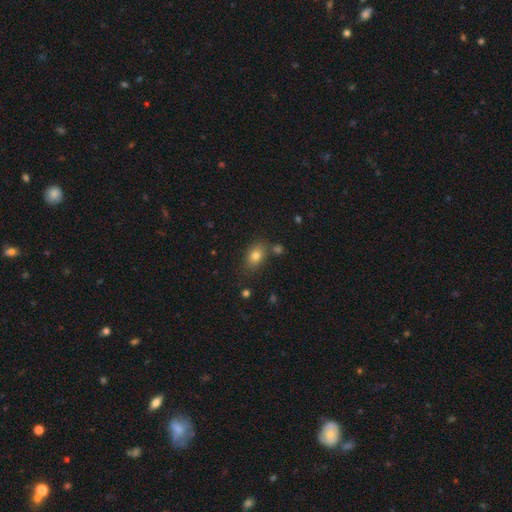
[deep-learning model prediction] Q: Smooth or featured?
A: smooth (79%); runner-up: star or artifact (11%)
Q: How rounded?
A: in between (80%); runner-up: round (18%)
Q: Merging?
A: none (74%); runner-up: minor disturbance (14%)